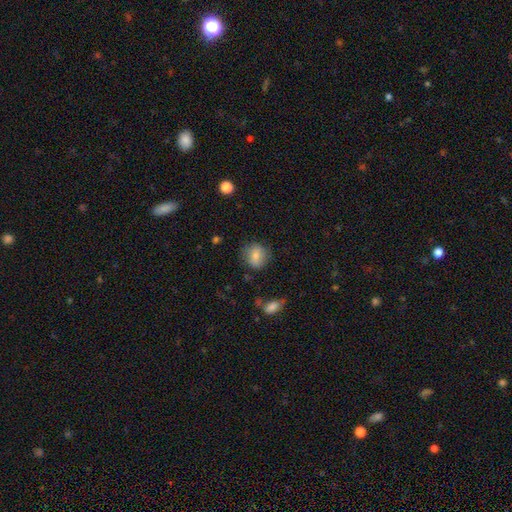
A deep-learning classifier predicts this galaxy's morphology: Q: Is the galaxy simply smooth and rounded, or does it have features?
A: smooth — 75%.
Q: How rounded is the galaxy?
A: round — 75%.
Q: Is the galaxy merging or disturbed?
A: none — 76%.